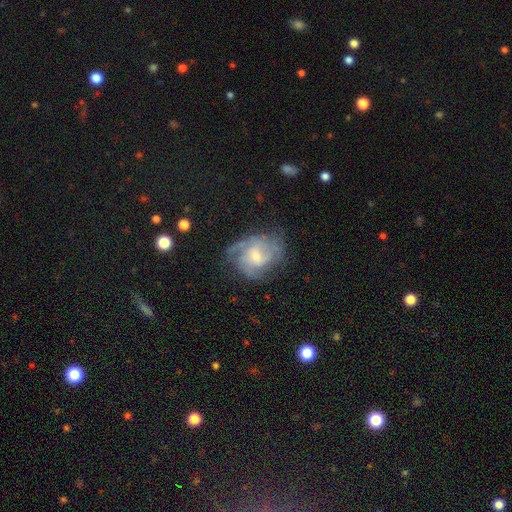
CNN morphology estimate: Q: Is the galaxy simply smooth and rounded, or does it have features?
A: featured or disk — 77%.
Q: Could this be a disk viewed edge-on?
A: no — 98%.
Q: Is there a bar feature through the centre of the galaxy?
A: no — 53%.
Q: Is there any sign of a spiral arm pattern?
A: yes — 90%.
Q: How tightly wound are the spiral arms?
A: medium — 46%.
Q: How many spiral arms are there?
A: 2 — 30%.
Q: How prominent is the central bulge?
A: small — 54%.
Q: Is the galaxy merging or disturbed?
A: none — 56%.